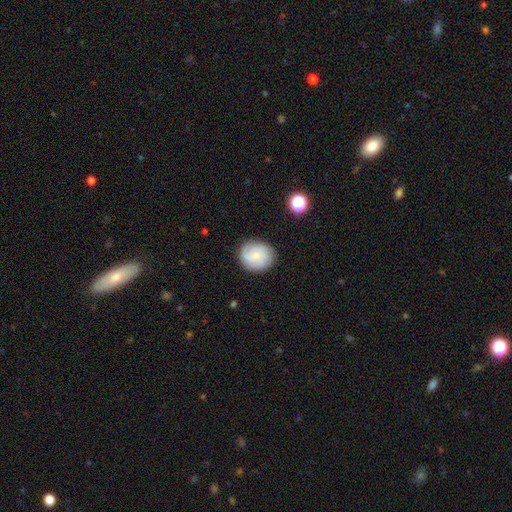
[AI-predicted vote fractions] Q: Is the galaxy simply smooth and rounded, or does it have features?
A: smooth — 55%.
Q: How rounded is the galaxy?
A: round — 74%.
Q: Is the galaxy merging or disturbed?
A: none — 80%.